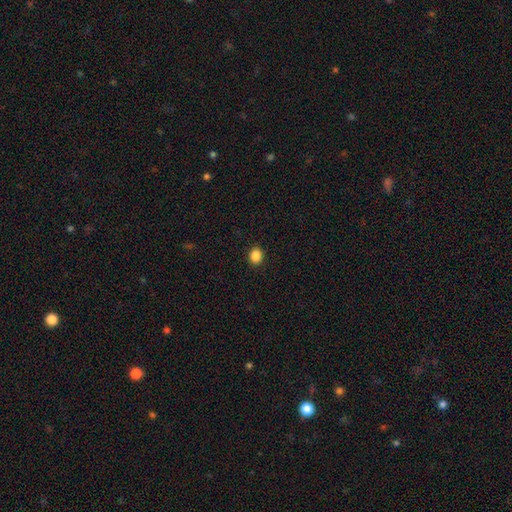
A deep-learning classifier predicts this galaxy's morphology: Smooth or featured? Predicted: smooth (p=0.86). How rounded? Predicted: round (p=0.63). Merging? Predicted: none (p=0.92).